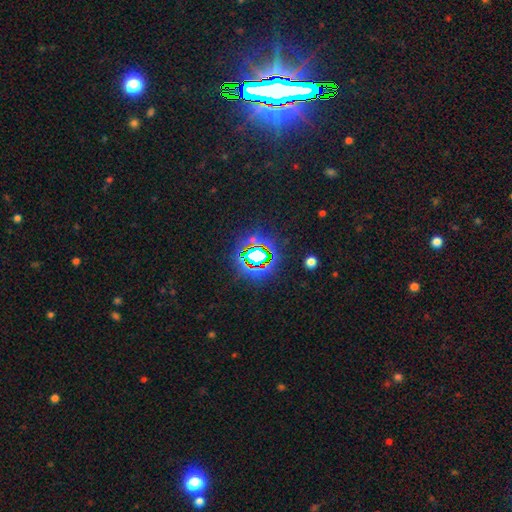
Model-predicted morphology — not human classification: Smooth or featured? star or artifact (71%)